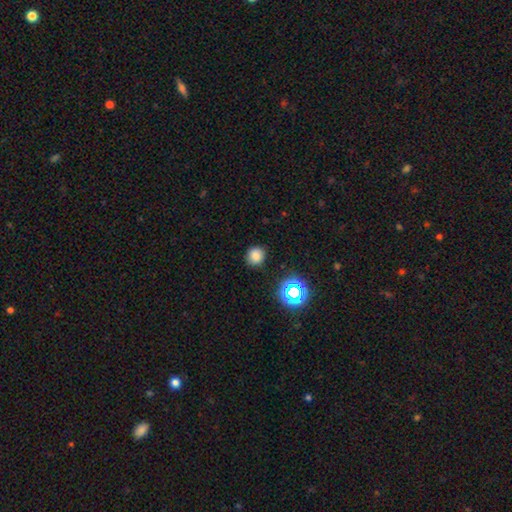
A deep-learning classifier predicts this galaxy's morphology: smooth_or_featured: smooth (p=0.78) [alt: star or artifact p=0.17]
how_rounded: round (p=0.86) [alt: in between p=0.13]
merging: none (p=0.86) [alt: minor disturbance p=0.10]